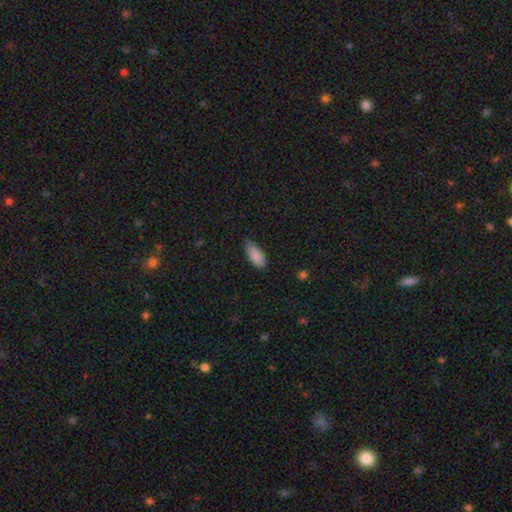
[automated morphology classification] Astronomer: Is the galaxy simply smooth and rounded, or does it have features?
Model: smooth — 87%.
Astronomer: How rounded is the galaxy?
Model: in between — 87%.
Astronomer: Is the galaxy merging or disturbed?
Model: none — 70%.